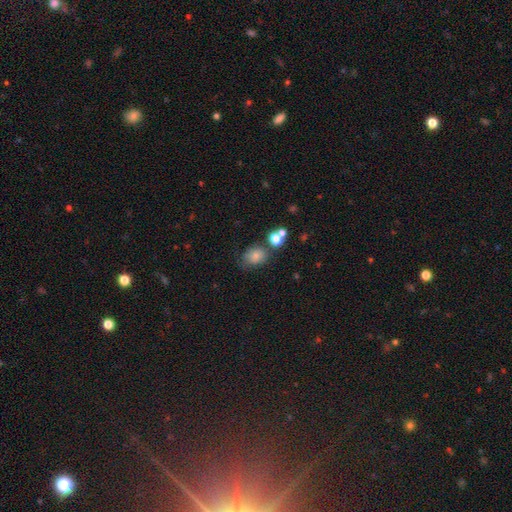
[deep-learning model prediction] This appears to be a smooth galaxy with no disk features (79%) that is in between round and cigar-shaped (51%). Merging: none (61%).